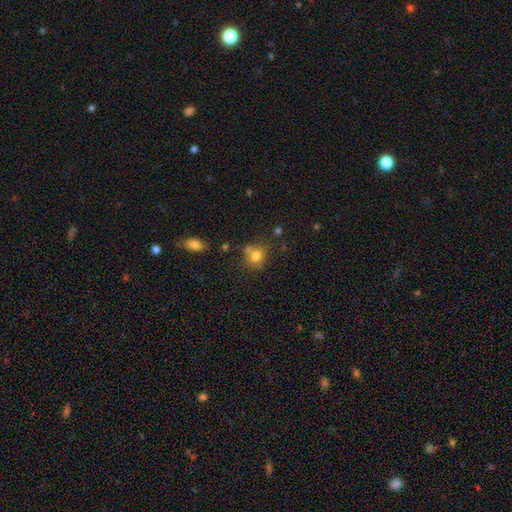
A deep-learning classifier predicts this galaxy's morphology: smooth_or_featured: smooth (p=0.78) [alt: star or artifact p=0.12]
how_rounded: round (p=0.73) [alt: in between p=0.26]
merging: none (p=0.61) [alt: merger p=0.19]